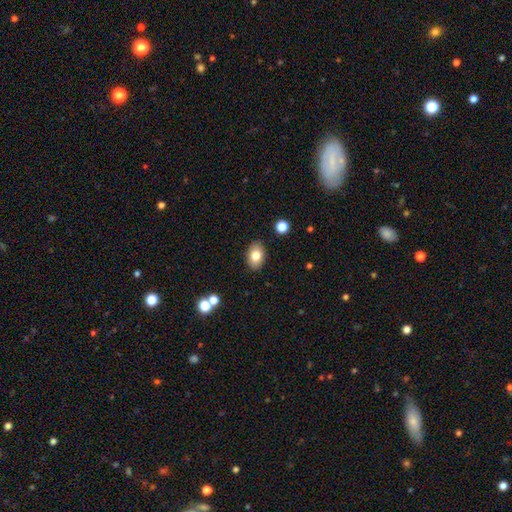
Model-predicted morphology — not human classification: Smooth or featured: smooth — 80% (featured or disk — 12%)
How rounded: in between — 84% (round — 15%)
Merging: none — 88% (minor disturbance — 9%)